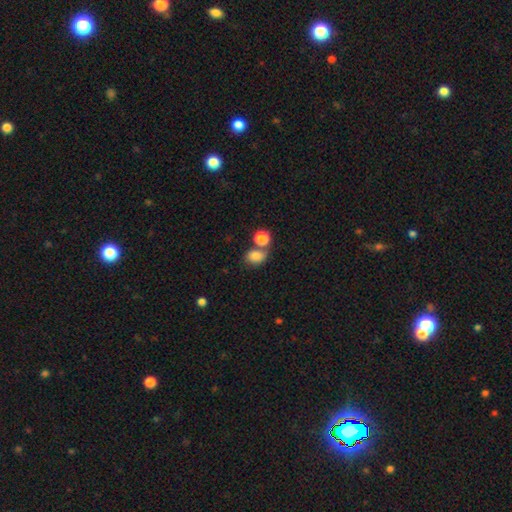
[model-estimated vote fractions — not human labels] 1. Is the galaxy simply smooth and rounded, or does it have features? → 82% smooth, 11% star or artifact, 7% featured or disk.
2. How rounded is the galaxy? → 57% in between, 42% round, 1% cigar-shaped.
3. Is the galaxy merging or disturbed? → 49% none, 33% merger, 13% minor disturbance, 5% major disturbance.